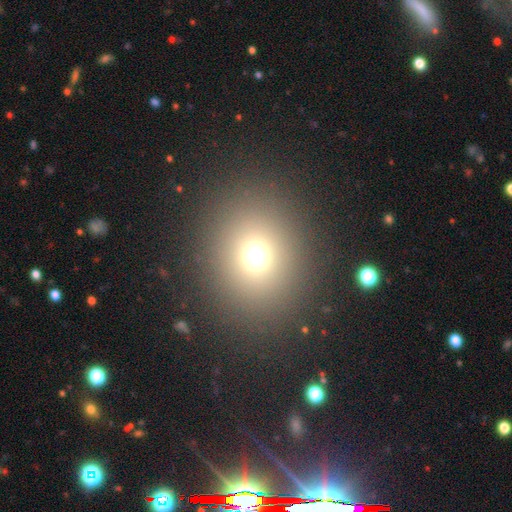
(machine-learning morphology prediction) Smooth or featured?
  - smooth: 69% *
  - star or artifact: 23%
  - featured or disk: 9%
How rounded?
  - round: 76% *
  - in between: 23%
  - cigar-shaped: 1%
Merging?
  - none: 88% *
  - minor disturbance: 6%
  - major disturbance: 4%
  - merger: 2%